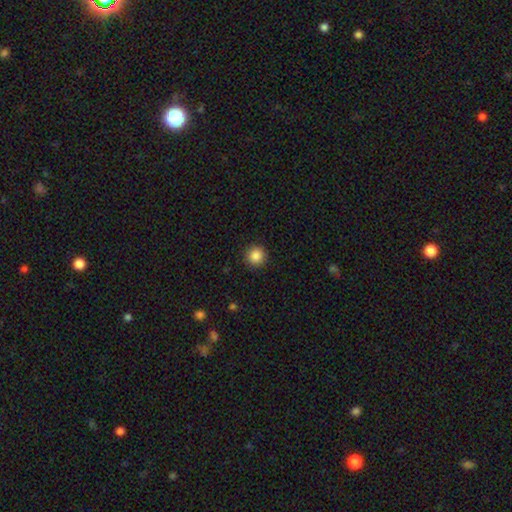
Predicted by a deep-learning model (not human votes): Overall: smooth (87%). How rounded: round (95%). Merging: none (92%).